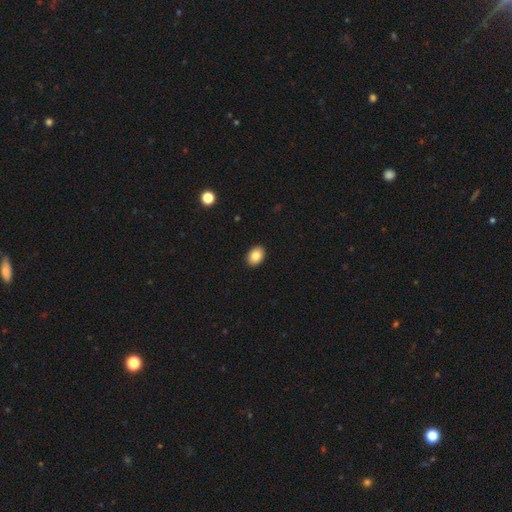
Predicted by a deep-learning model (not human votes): Smooth or featured? smooth (84%)
How rounded? in between (71%)
Merging? none (92%)